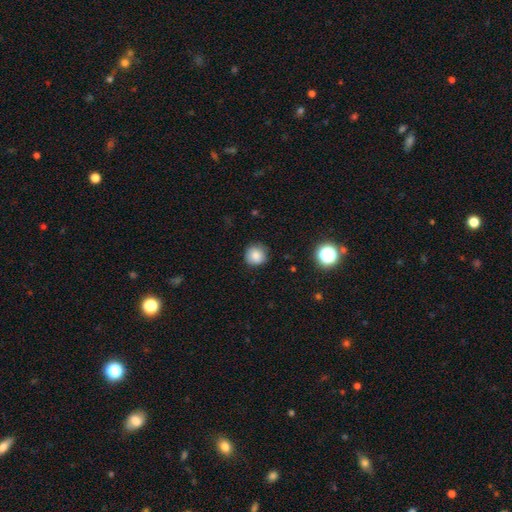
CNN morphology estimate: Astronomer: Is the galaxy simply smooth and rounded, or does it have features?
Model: smooth — 83%.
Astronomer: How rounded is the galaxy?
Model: round — 92%.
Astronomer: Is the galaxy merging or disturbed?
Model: none — 84%.